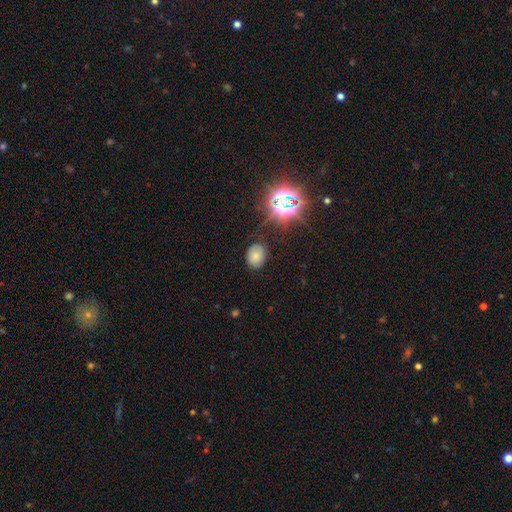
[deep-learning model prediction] Smooth or featured?
  - smooth: 67% *
  - star or artifact: 22%
  - featured or disk: 11%
How rounded?
  - in between: 64% *
  - round: 35%
  - cigar-shaped: 1%
Merging?
  - none: 81% *
  - minor disturbance: 14%
  - major disturbance: 4%
  - merger: 2%